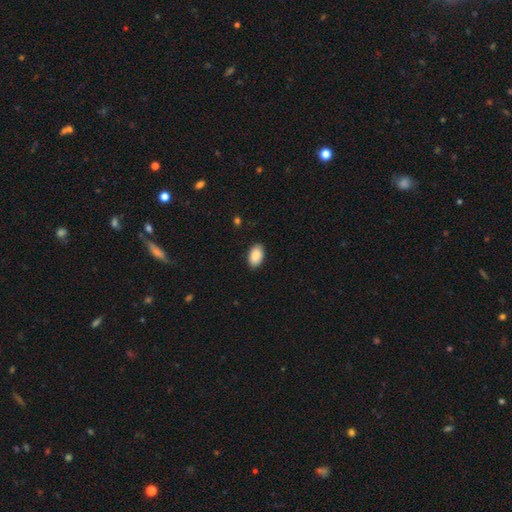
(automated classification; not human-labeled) Smooth or featured? Predicted: smooth (p=0.88). How rounded? Predicted: in between (p=0.94). Merging? Predicted: none (p=0.89).